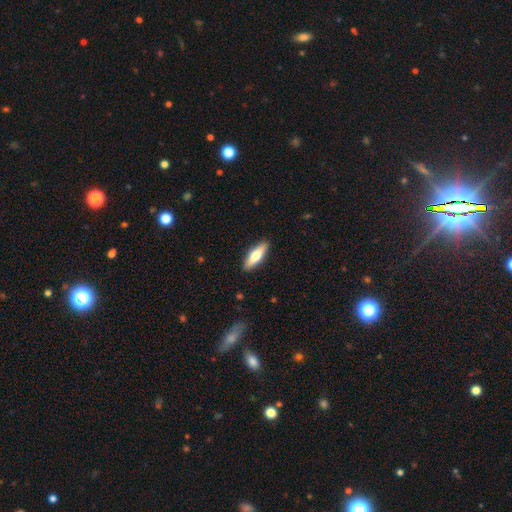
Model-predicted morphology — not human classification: smooth 63%, featured or disk 32%, star or artifact 6%. Down the decision tree: how rounded — in between (49%, tied with cigar-shaped); merging — none (90%).